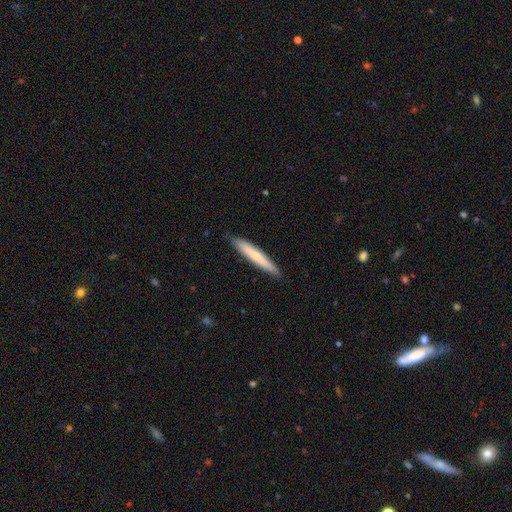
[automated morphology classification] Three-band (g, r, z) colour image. It shows a smooth galaxy with no disk features (60%) that is cigar-shaped (94%). Merging: none (88%).